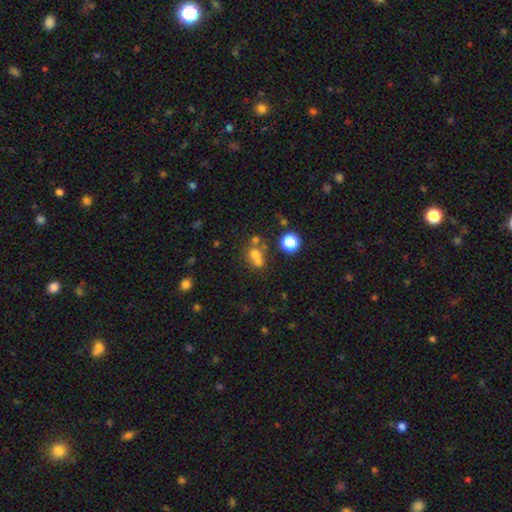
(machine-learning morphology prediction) smooth 62%, star or artifact 20%, featured or disk 18%. Down the decision tree: how rounded — round (74%); merging — merger (47%).